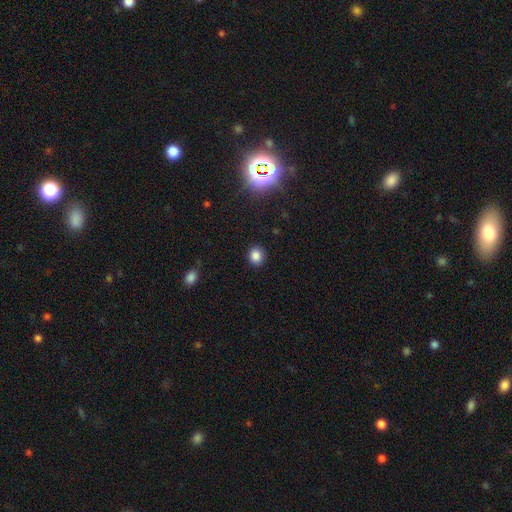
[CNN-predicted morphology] Overall: smooth (84%). How rounded: round (77%). Merging: none (90%).